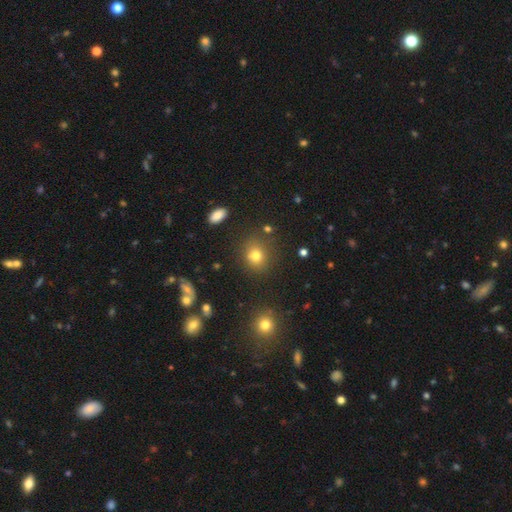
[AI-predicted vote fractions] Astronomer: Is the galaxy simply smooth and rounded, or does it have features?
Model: smooth — 76%.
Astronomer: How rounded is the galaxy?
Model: round — 72%.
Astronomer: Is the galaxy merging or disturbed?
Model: none — 80%.